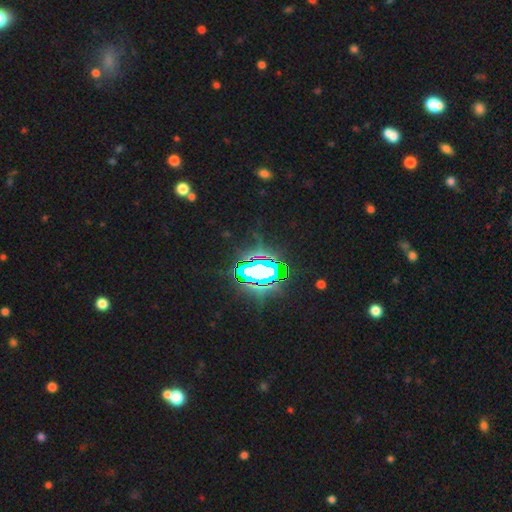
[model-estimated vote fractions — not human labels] This appears to be a star or artifact, not a galaxy (83%).